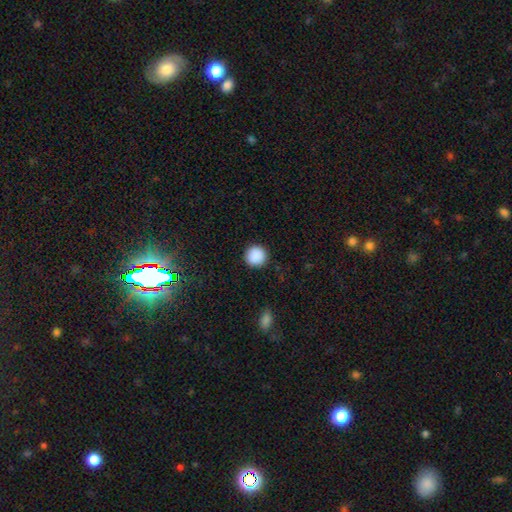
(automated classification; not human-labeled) Smooth or featured? smooth (89%)
How rounded? round (95%)
Merging? none (91%)